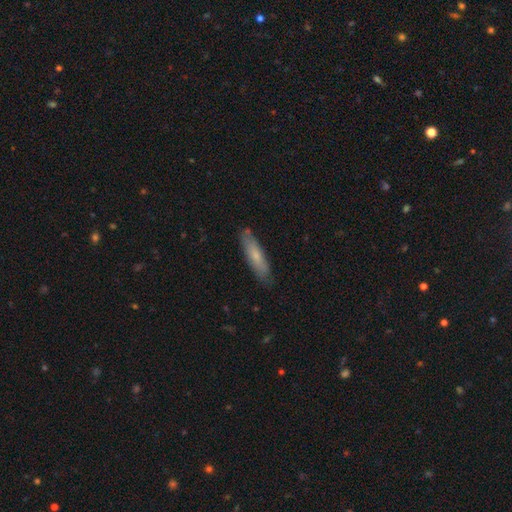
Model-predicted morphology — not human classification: Overall: smooth (68%). How rounded: cigar-shaped (77%). Merging: none (82%).